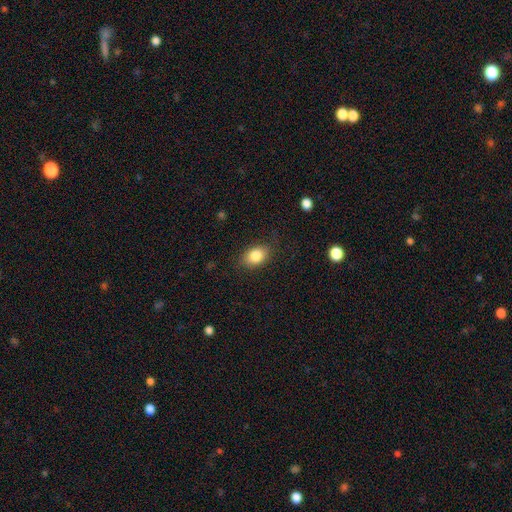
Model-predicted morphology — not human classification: This appears to be a smooth galaxy with no disk features (84%) that is in between round and cigar-shaped (79%). Merging: none (80%).